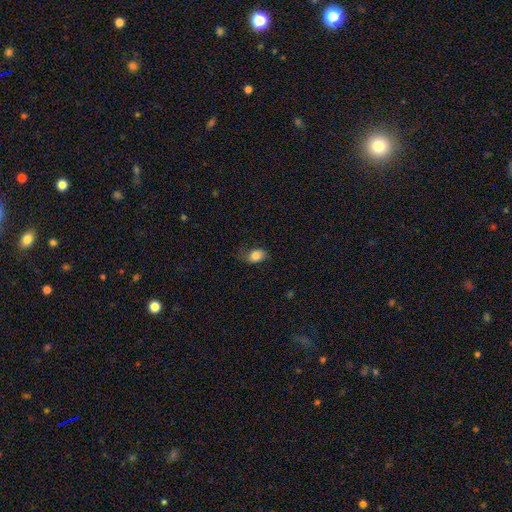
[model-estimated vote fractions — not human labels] smooth 80%, featured or disk 11%, star or artifact 8%. Down the decision tree: how rounded — in between (76%); merging — none (60%).